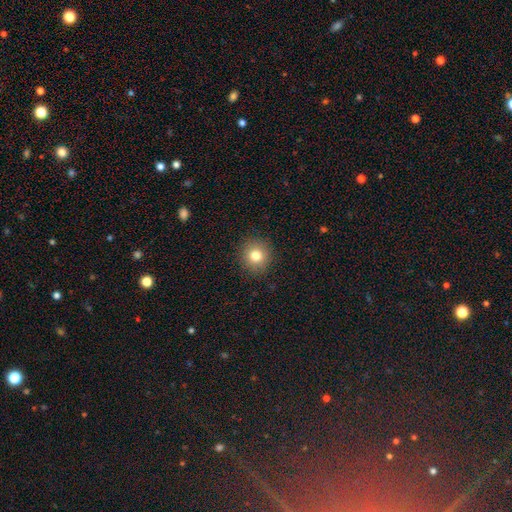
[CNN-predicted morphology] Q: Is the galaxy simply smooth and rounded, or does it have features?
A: smooth — 79%.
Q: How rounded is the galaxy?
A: round — 90%.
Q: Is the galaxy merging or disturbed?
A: none — 90%.